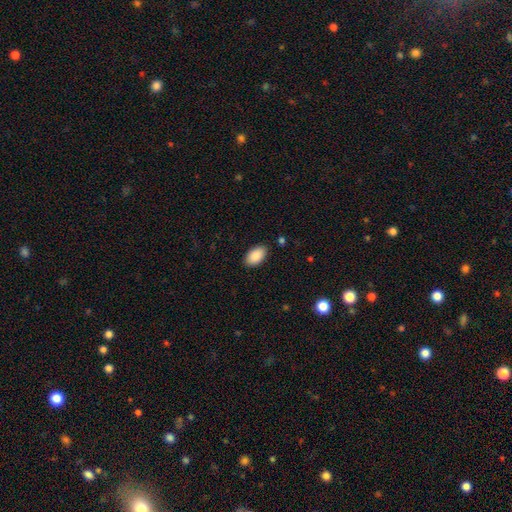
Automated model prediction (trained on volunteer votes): Overall: smooth (90%). How rounded: in between (95%). Merging: none (88%).